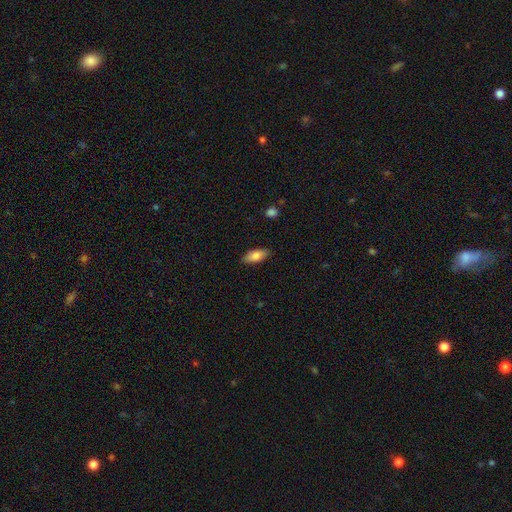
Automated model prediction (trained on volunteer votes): Q: Smooth or featured?
A: smooth (82%); runner-up: featured or disk (11%)
Q: How rounded?
A: in between (82%); runner-up: cigar-shaped (16%)
Q: Merging?
A: none (86%); runner-up: minor disturbance (11%)